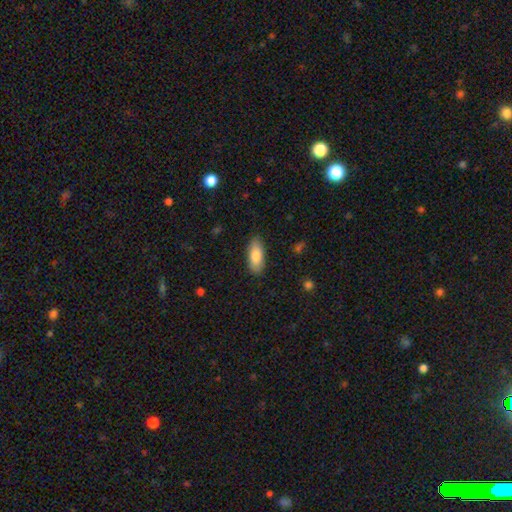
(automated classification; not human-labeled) smooth_or_featured: smooth (p=0.82) [alt: featured or disk p=0.12]
how_rounded: in between (p=0.82) [alt: cigar-shaped p=0.16]
merging: none (p=0.86) [alt: minor disturbance p=0.10]